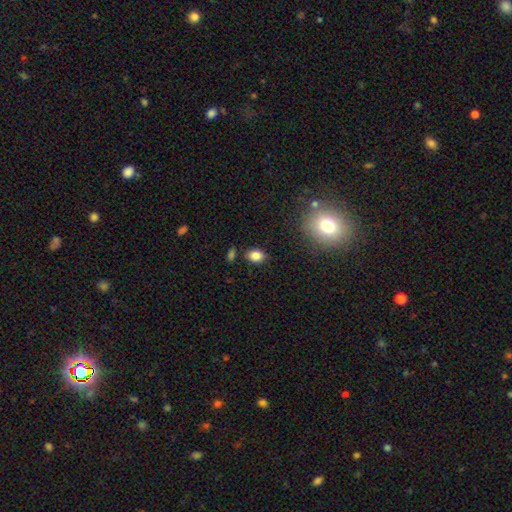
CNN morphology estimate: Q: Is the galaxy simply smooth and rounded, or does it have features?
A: smooth — 83%.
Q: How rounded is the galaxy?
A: in between — 65%.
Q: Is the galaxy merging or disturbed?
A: none — 82%.